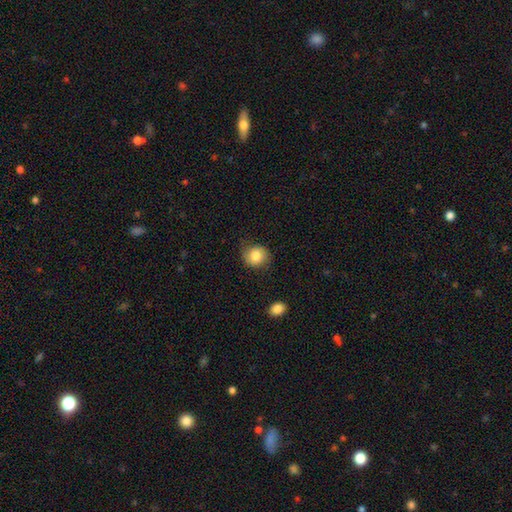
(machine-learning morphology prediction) smooth 83%, featured or disk 9%, star or artifact 8%. Down the decision tree: how rounded — round (82%); merging — none (75%).